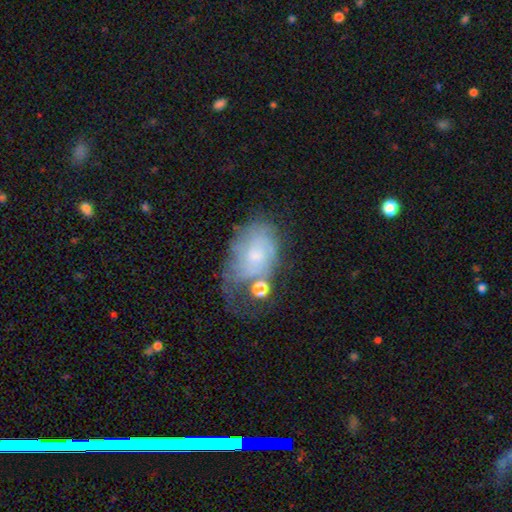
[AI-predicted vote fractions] Smooth or featured?
  - featured or disk: 51% *
  - smooth: 38%
  - star or artifact: 10%
Edge-on disk?
  - no: 96% *
  - yes: 4%
Merging?
  - major disturbance: 32% *
  - none: 29%
  - minor disturbance: 26%
  - merger: 12%